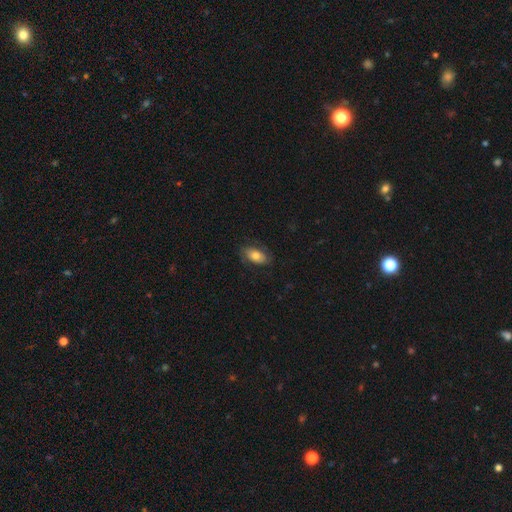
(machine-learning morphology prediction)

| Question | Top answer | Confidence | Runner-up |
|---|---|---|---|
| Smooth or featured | smooth | 70% | featured or disk (23%) |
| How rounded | in between | 91% | round (5%) |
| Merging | none | 76% | minor disturbance (17%) |